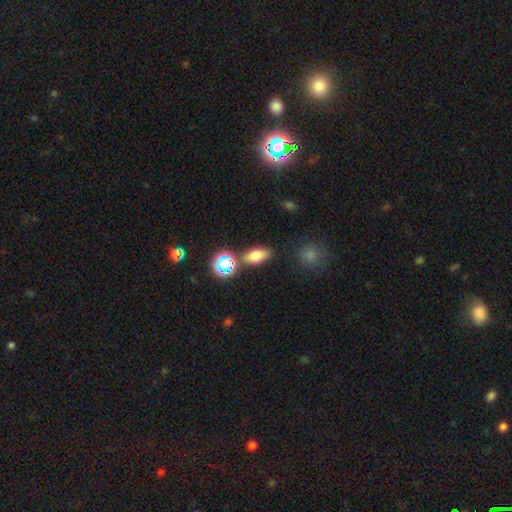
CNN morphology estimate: Q: Smooth or featured?
A: smooth (74%); runner-up: star or artifact (15%)
Q: How rounded?
A: in between (80%); runner-up: round (13%)
Q: Merging?
A: none (78%); runner-up: minor disturbance (10%)